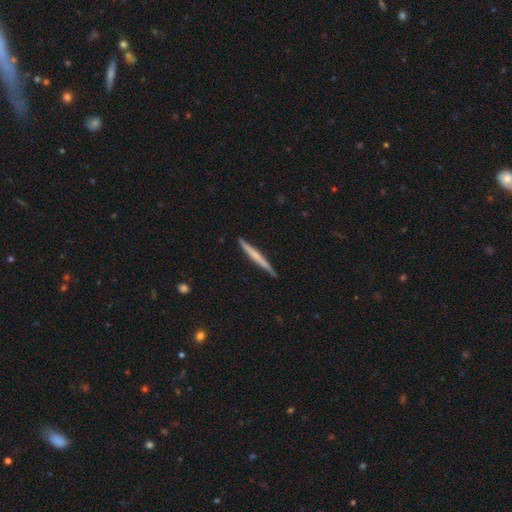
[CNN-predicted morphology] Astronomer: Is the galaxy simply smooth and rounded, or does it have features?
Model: featured or disk — 48% (runner-up: smooth, 47%).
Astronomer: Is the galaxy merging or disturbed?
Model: none — 90%.